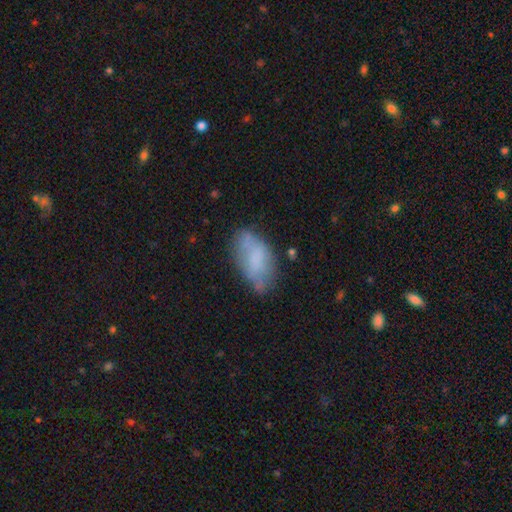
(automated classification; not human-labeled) smooth 64%, featured or disk 27%, star or artifact 9%. Down the decision tree: how rounded — in between (93%); merging — none (56%).